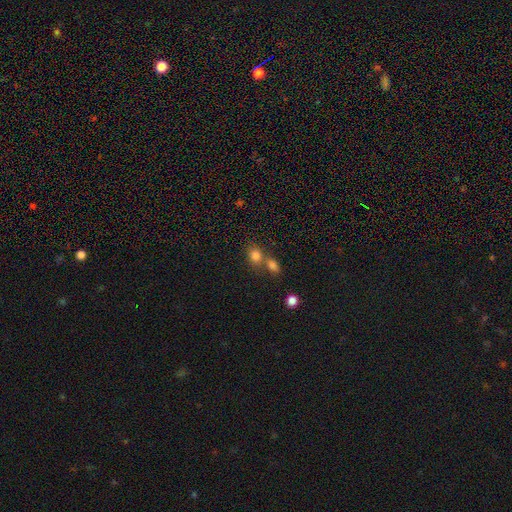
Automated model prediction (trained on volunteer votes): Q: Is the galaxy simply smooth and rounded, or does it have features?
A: smooth — 79%.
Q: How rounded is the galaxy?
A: round — 59%.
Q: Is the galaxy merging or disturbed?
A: none — 46%.